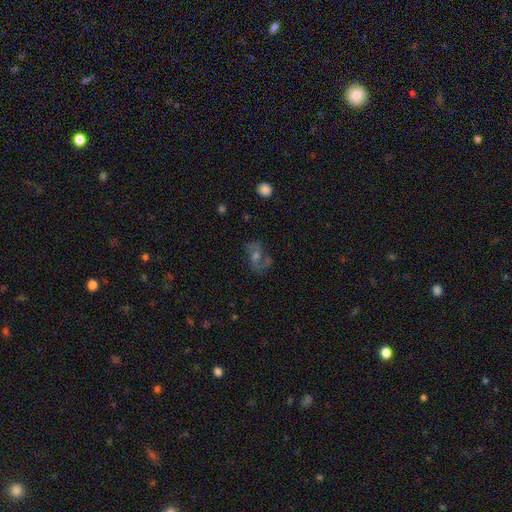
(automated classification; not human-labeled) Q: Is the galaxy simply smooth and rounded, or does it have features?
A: featured or disk — 61%.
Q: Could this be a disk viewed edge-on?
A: no — 96%.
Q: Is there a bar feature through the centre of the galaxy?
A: no — 54%.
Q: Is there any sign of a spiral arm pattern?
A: yes — 79%.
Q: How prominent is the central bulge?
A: moderate — 52%.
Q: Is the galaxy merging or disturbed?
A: none — 64%.